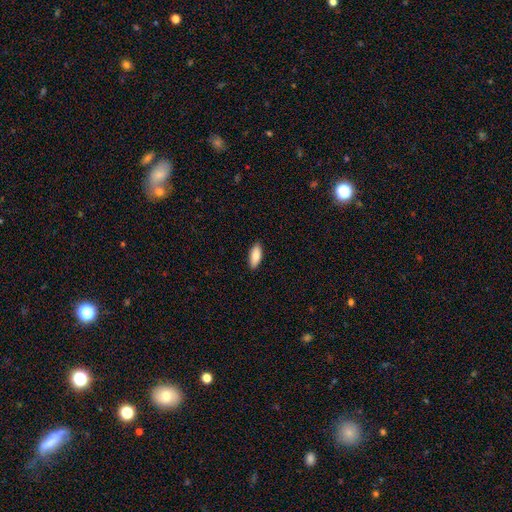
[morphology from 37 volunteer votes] A smooth galaxy with no disk features (97%) that is in between round and cigar-shaped (81%).

Vote fractions:
- Smooth or featured? smooth: 97% / featured or disk: 3% / star or artifact: 0%
- How rounded? in between: 81% / cigar-shaped: 19% / round: 0%
- Merging? none: 86% / minor disturbance: 14% / major disturbance: 0% / merger: 0%